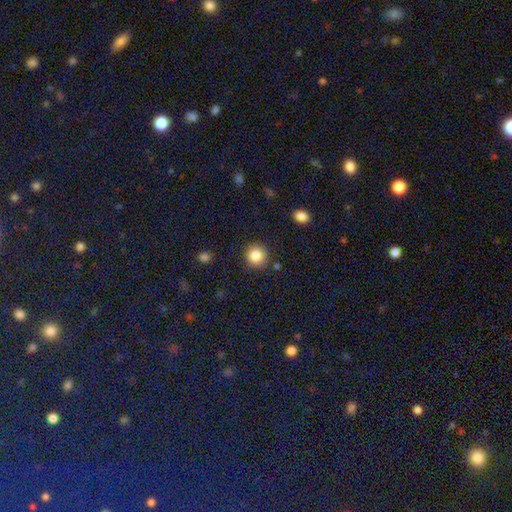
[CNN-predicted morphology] A smooth galaxy with no disk features (84%) that is round (92%). Merging: none (88%).